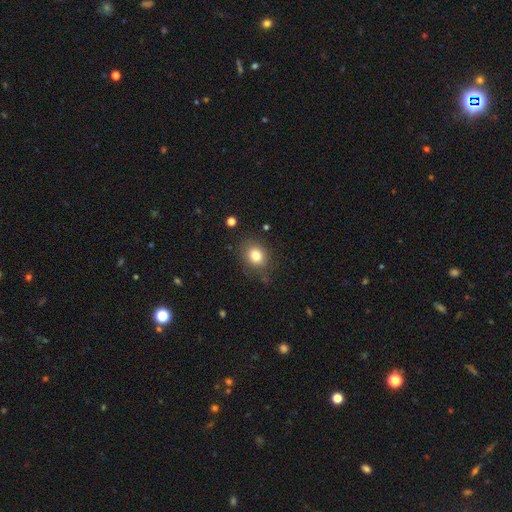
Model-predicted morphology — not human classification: This appears to be a smooth galaxy with no disk features (81%) that is round (55%). Merging: none (77%).